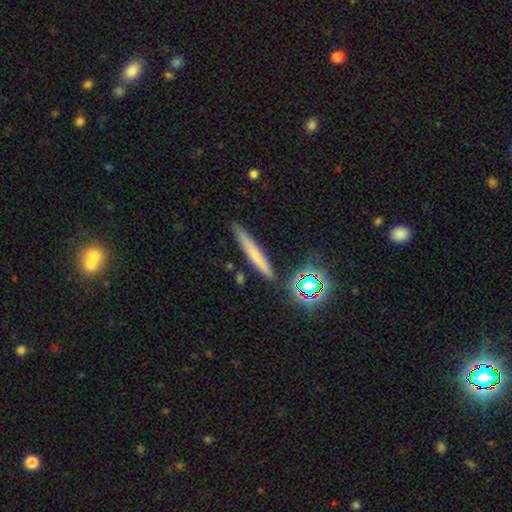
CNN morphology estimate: Smooth or featured? Predicted: smooth (p=0.61). How rounded? Predicted: cigar-shaped (p=0.92). Merging? Predicted: none (p=0.86).